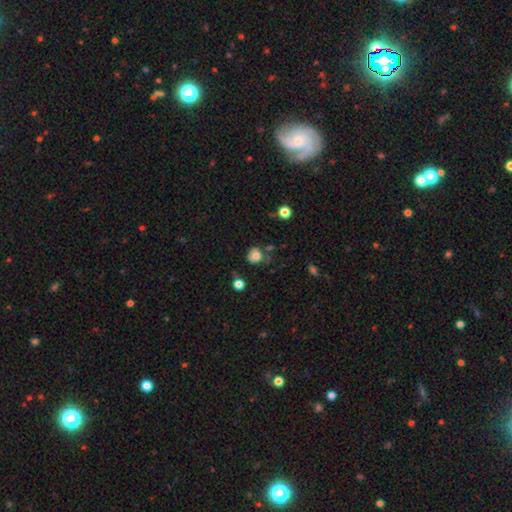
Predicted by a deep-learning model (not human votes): A smooth galaxy with no disk features (78%) that is round (78%).

Vote fractions:
- Smooth or featured? smooth: 78% / star or artifact: 11% / featured or disk: 11%
- How rounded? round: 78% / in between: 21% / cigar-shaped: 1%
- Merging? none: 60% / minor disturbance: 26% / major disturbance: 8% / merger: 6%